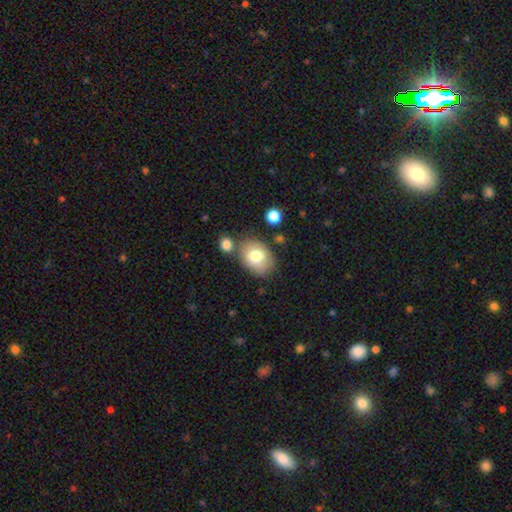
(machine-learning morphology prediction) A smooth galaxy with no disk features (74%) that is in between round and cigar-shaped (70%).

Vote fractions:
- Smooth or featured? smooth: 74% / featured or disk: 18% / star or artifact: 8%
- How rounded? in between: 70% / round: 29% / cigar-shaped: 1%
- Merging? none: 64% / minor disturbance: 17% / merger: 14% / major disturbance: 5%